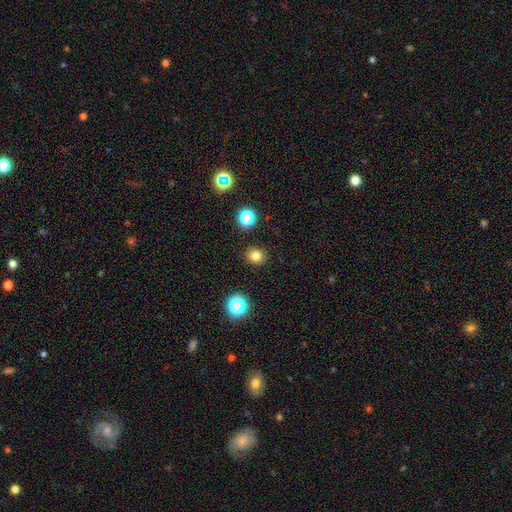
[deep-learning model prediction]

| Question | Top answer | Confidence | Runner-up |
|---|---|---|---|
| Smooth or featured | smooth | 79% | star or artifact (15%) |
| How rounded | round | 85% | in between (14%) |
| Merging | none | 90% | minor disturbance (6%) |